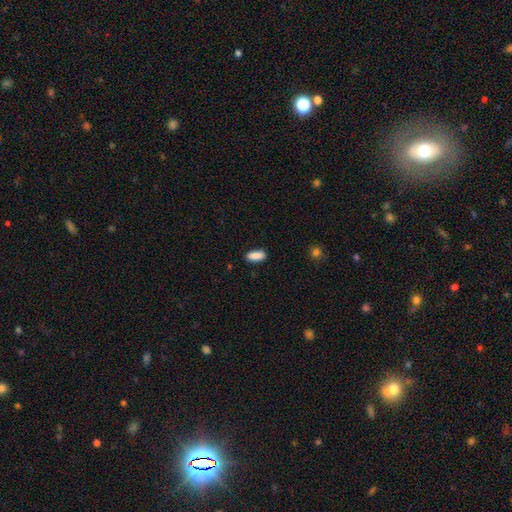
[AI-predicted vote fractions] Smooth or featured? Predicted: smooth (p=0.89). How rounded? Predicted: in between (p=0.79). Merging? Predicted: none (p=0.85).